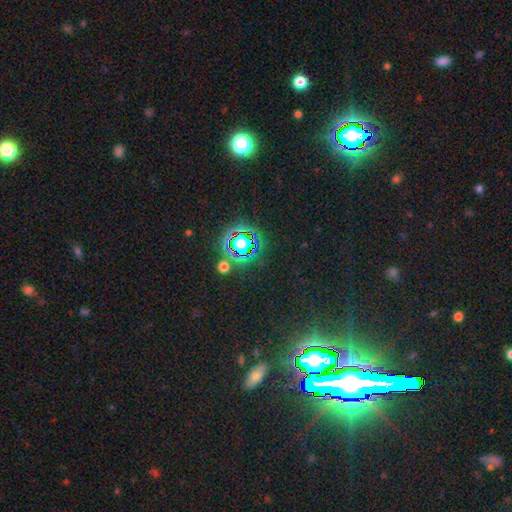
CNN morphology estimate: This is clearly a star or artifact rather than a galaxy (82%).